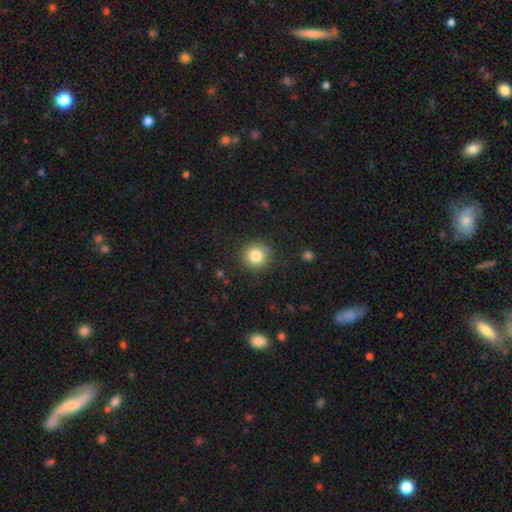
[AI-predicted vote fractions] smooth_or_featured: smooth (p=0.82) [alt: star or artifact p=0.11]
how_rounded: round (p=0.92) [alt: in between p=0.07]
merging: none (p=0.89) [alt: minor disturbance p=0.07]